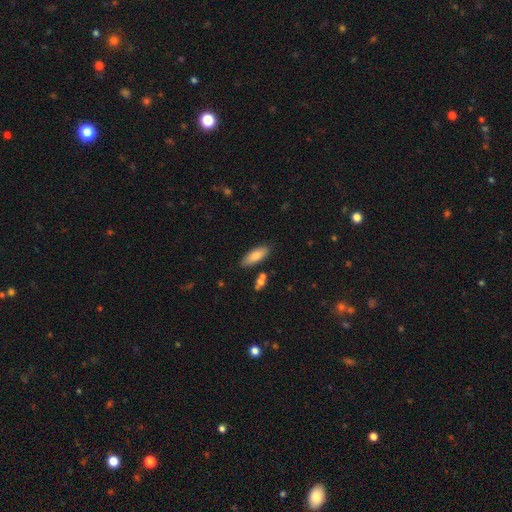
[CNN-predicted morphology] type=smooth (81%); roundness=in between (65%); merging=none (83%).